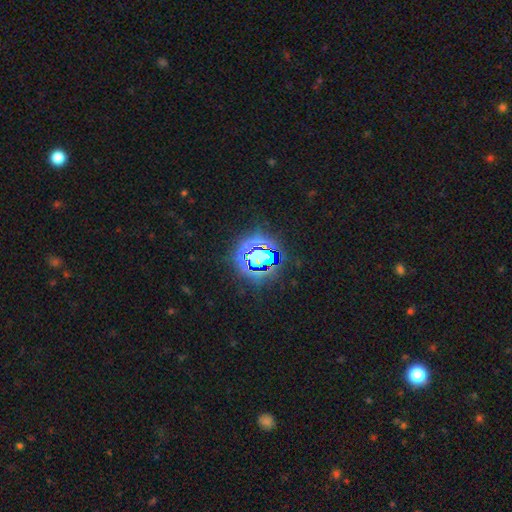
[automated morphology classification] Smooth or featured: star or artifact — 72% (smooth — 18%)